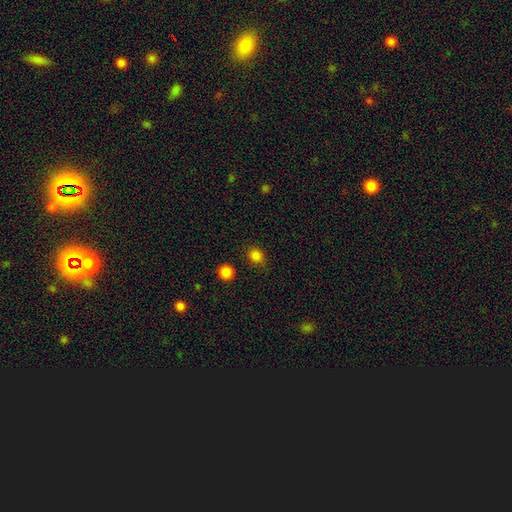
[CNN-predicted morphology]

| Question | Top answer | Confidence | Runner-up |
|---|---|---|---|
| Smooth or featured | smooth | 82% | star or artifact (14%) |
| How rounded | round | 71% | in between (27%) |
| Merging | none | 79% | minor disturbance (15%) |